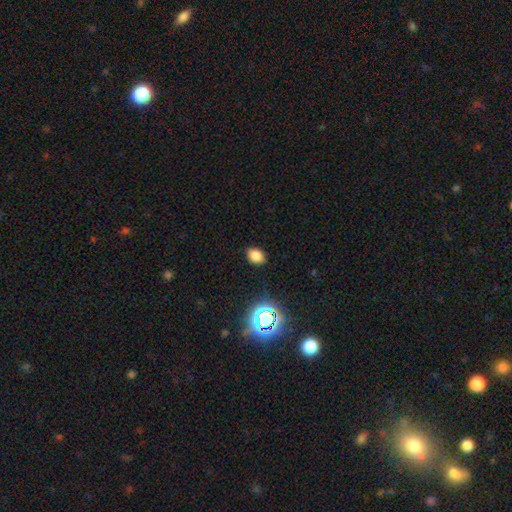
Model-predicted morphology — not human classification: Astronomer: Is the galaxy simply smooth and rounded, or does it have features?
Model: smooth — 78%.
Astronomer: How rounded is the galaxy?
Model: in between — 75%.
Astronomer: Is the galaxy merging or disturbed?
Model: none — 86%.